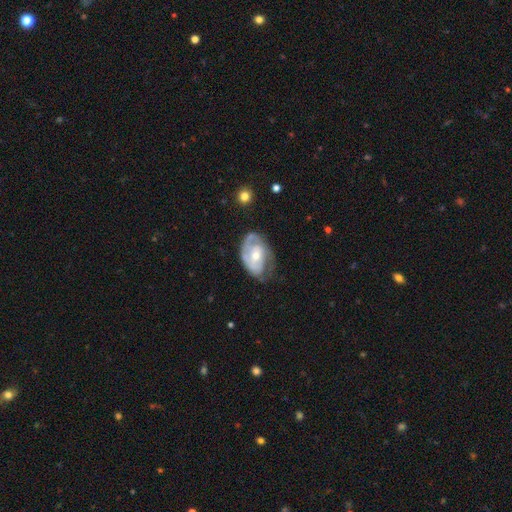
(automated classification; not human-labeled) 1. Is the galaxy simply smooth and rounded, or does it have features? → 72% featured or disk, 22% smooth, 6% star or artifact.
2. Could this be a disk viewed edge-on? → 95% no, 5% yes.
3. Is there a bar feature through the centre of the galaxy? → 68% no, 26% weak, 6% strong.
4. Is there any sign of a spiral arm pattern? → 80% yes, 20% no.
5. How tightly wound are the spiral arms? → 56% tight, 31% medium, 13% loose.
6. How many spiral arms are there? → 40% 2, 36% can't tell, 12% 1, 8% 3, 2% 4, 2% more than 4.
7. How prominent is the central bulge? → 50% moderate, 46% small, 2% large, 1% none, 1% dominant.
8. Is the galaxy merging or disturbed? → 53% none, 29% minor disturbance, 16% major disturbance, 2% merger.